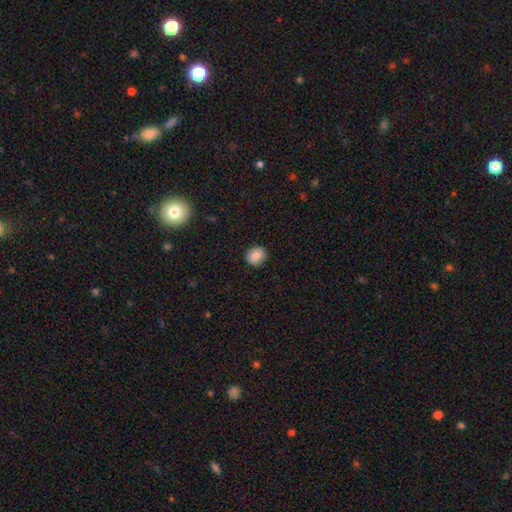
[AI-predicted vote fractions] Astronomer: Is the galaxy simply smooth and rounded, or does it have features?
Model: smooth — 87%.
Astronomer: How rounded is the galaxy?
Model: round — 79%.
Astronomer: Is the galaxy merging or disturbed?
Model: none — 89%.